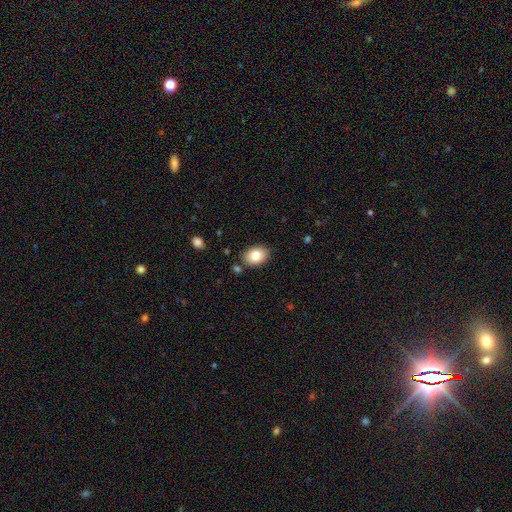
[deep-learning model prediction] Overall: smooth (80%). How rounded: in between (71%). Merging: none (83%).